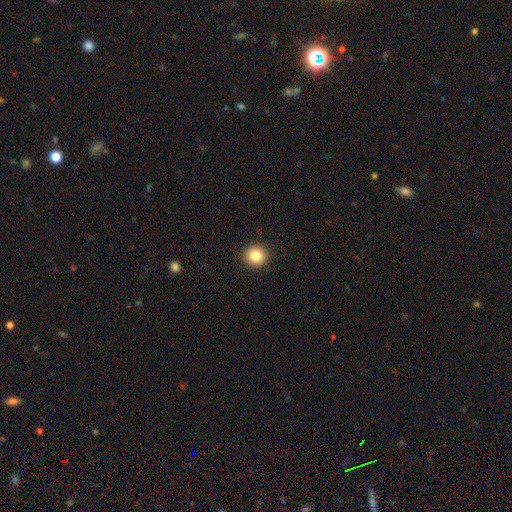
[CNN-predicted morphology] This is clearly a smooth galaxy (84%). How rounded: clearly round (92%). Merging: clearly none (93%).